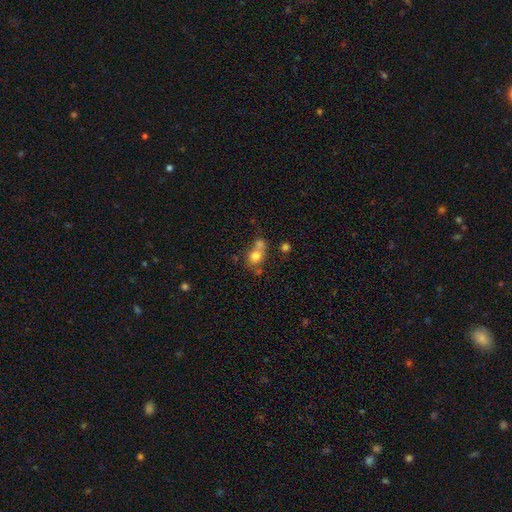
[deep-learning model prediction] Smooth or featured?
  - smooth: 75% *
  - featured or disk: 14%
  - star or artifact: 11%
How rounded?
  - round: 68% *
  - in between: 31%
  - cigar-shaped: 1%
Merging?
  - merger: 51% *
  - none: 34%
  - minor disturbance: 10%
  - major disturbance: 5%